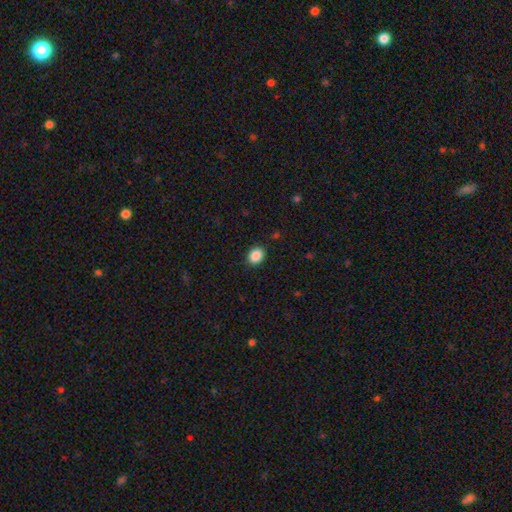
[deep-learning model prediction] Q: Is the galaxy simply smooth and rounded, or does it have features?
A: smooth — 88%.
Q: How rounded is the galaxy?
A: in between — 58%.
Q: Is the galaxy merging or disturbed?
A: none — 88%.